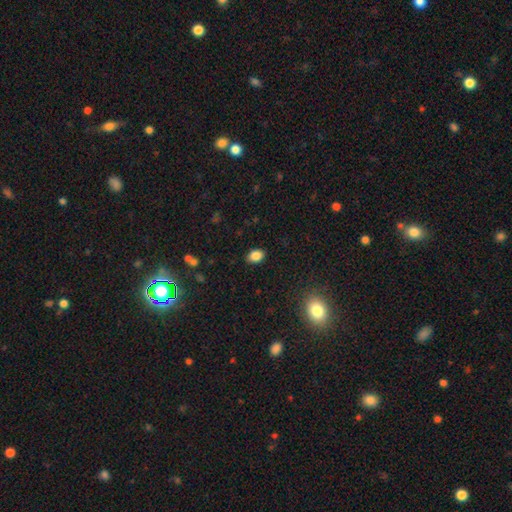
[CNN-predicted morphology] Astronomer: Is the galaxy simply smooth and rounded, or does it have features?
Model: smooth — 86%.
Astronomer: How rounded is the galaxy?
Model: in between — 73%.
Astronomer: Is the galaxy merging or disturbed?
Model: none — 87%.